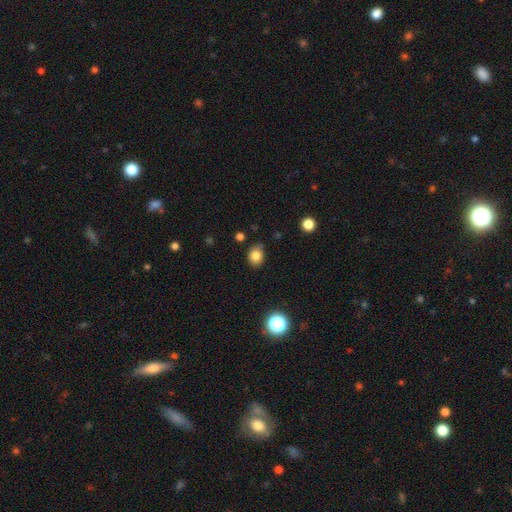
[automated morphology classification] This appears to be a smooth galaxy with no disk features (82%) that is round (52%). Merging: none (77%).